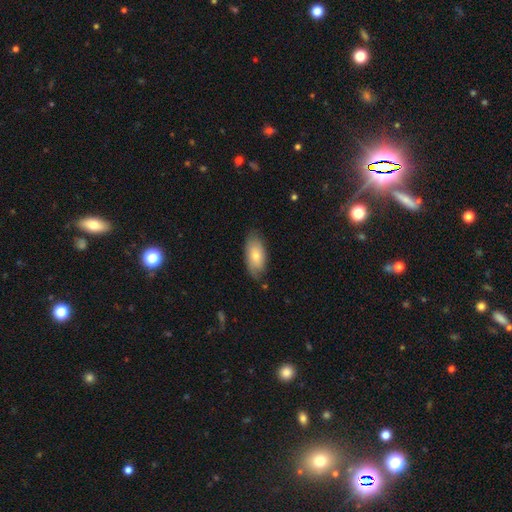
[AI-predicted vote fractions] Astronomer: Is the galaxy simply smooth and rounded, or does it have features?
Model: smooth — 75%.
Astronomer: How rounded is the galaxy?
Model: in between — 91%.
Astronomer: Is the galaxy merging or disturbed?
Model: none — 76%.